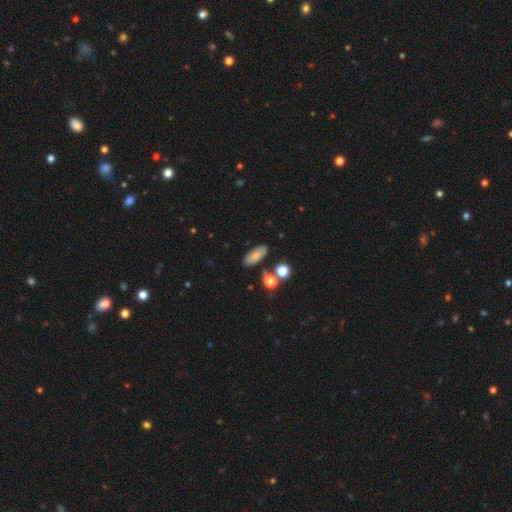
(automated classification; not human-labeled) This is likely a smooth galaxy (77%). How rounded: clearly in between (82%). Merging: likely none (76%).